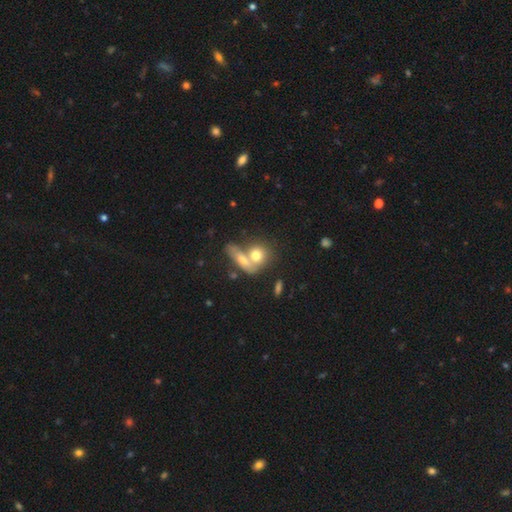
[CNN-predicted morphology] Smooth or featured? Predicted: smooth (p=0.70). How rounded? Predicted: round (p=0.55). Merging? Predicted: merger (p=0.56).